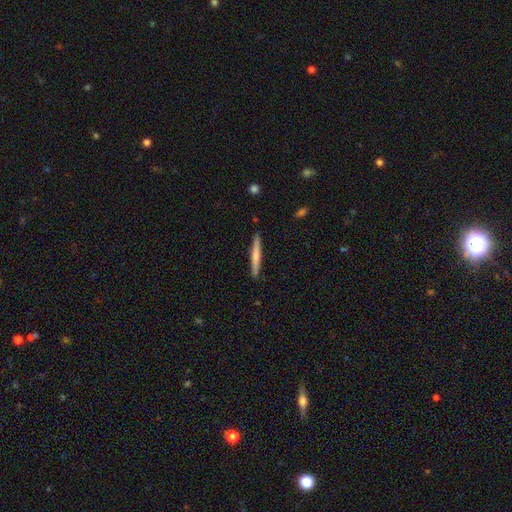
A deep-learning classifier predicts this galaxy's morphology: Smooth or featured: smooth — 62% (featured or disk — 33%)
How rounded: cigar-shaped — 96% (in between — 3%)
Merging: none — 90% (minor disturbance — 7%)